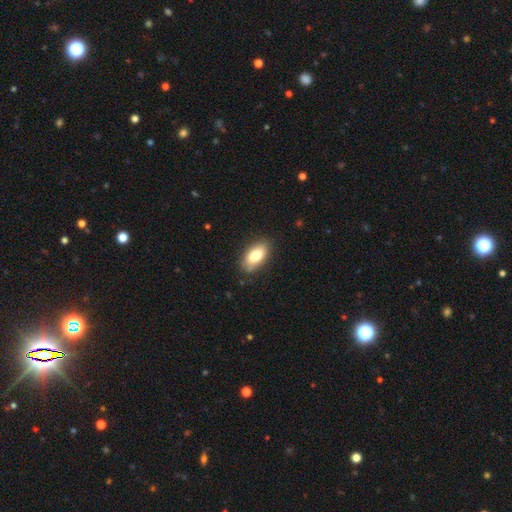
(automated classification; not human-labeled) A smooth galaxy with no disk features (78%) that is in between round and cigar-shaped (91%). Merging: none (84%).